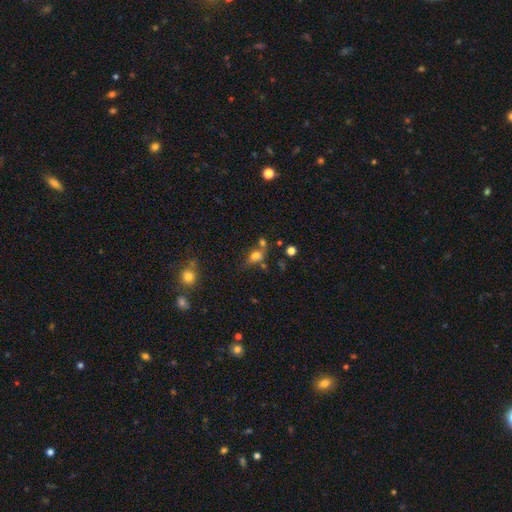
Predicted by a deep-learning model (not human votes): This is likely a smooth galaxy (69%). How rounded: likely in between (68%). Merging: marginally none (43%).